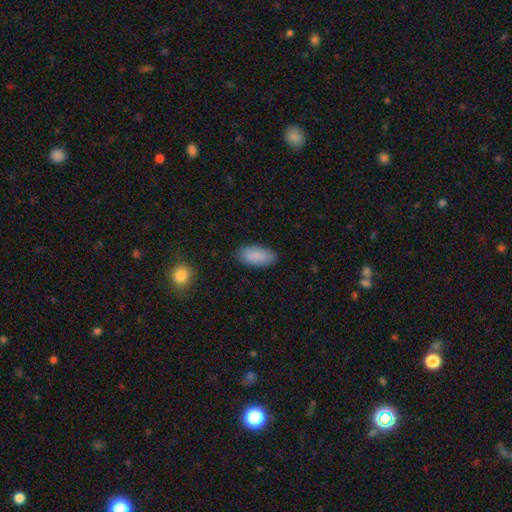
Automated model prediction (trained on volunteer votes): Q: Smooth or featured?
A: smooth (88%); runner-up: star or artifact (7%)
Q: How rounded?
A: in between (90%); runner-up: cigar-shaped (8%)
Q: Merging?
A: none (84%); runner-up: minor disturbance (12%)